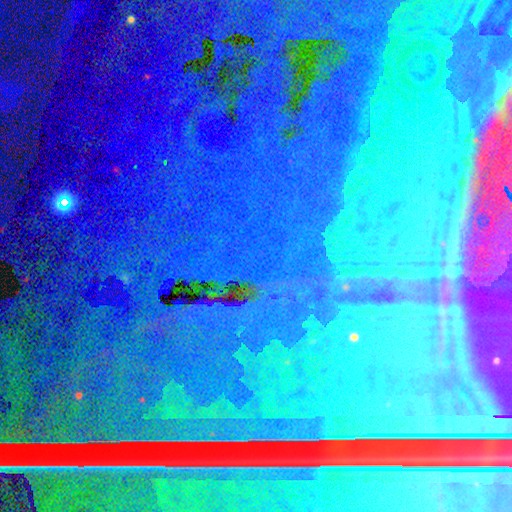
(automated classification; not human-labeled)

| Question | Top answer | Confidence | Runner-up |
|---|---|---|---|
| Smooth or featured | star or artifact | 86% | featured or disk (8%) |